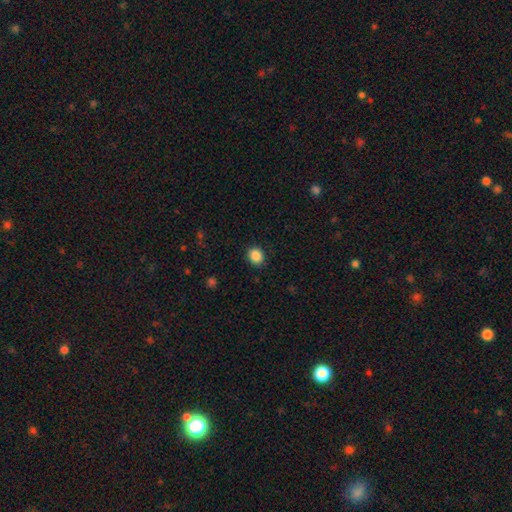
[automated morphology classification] type=smooth (87%); roundness=round (70%); merging=none (89%).